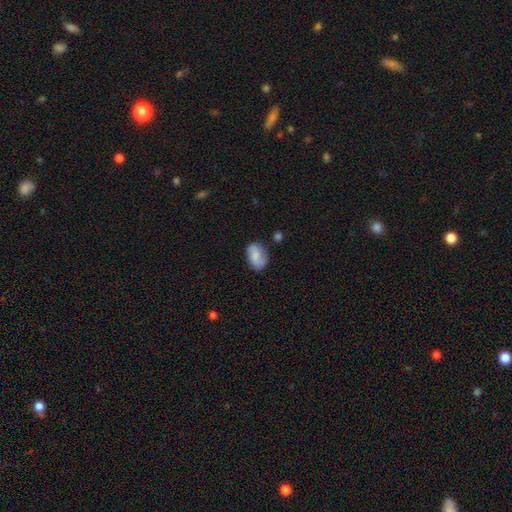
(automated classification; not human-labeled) smooth_or_featured: smooth (p=0.63) [alt: featured or disk p=0.29]
how_rounded: in between (p=0.85) [alt: round p=0.14]
merging: none (p=0.66) [alt: minor disturbance p=0.23]